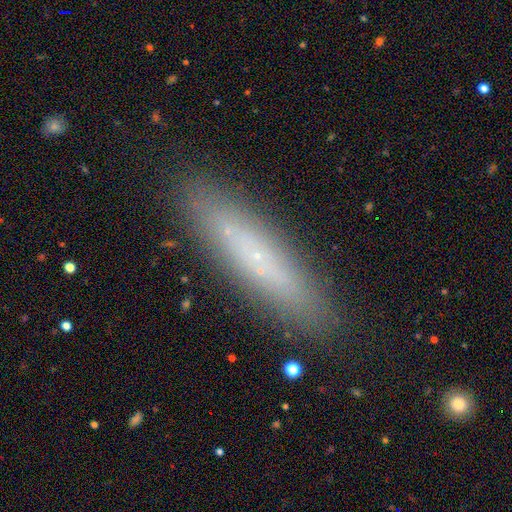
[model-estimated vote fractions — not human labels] Smooth or featured? Predicted: smooth (p=0.48). Merging? Predicted: none (p=0.89).